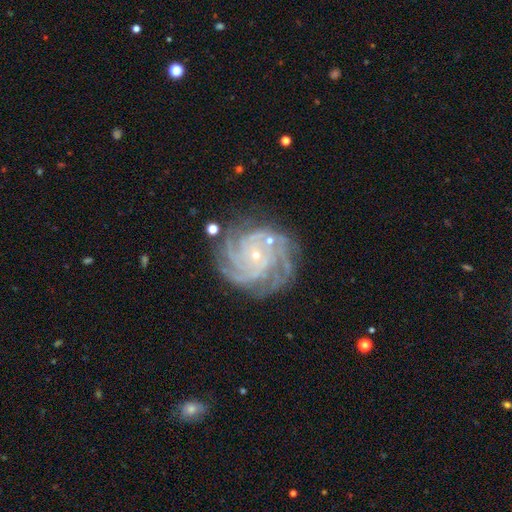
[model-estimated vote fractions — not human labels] smooth-or-featured: featured or disk: 90% | star or artifact: 6% | smooth: 4%
  disk-edge-on: no: 98% | yes: 2%
    bar: no: 77% | weak: 17% | strong: 6%
    has-spiral-arms: yes: 98% | no: 2%
      spiral-winding: tight: 73% | medium: 23% | loose: 3%
      spiral-arm-count: 4: 36% | more than 4: 24% | 3: 14% | can't tell: 12% | 2: 7% | 1: 7%
    bulge-size: small: 85% | moderate: 11% | none: 2% | large: 1% | dominant: 1%
  merging: none: 77% | minor disturbance: 15% | major disturbance: 6% | merger: 3%